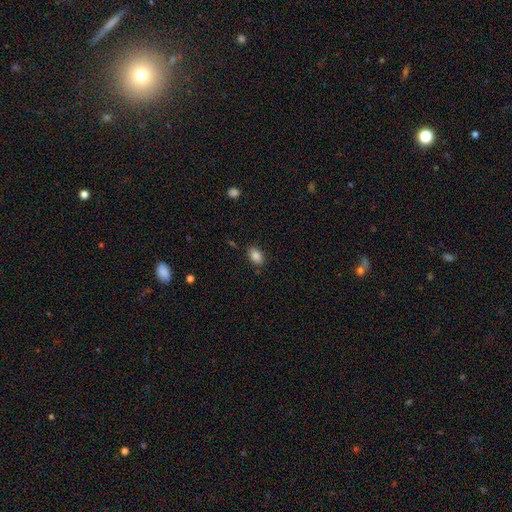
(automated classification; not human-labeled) A smooth galaxy with no disk features (87%) that is in between round and cigar-shaped (88%).

Vote fractions:
- Smooth or featured? smooth: 87% / star or artifact: 9% / featured or disk: 5%
- How rounded? in between: 88% / round: 10% / cigar-shaped: 2%
- Merging? none: 85% / minor disturbance: 11% / major disturbance: 3% / merger: 2%